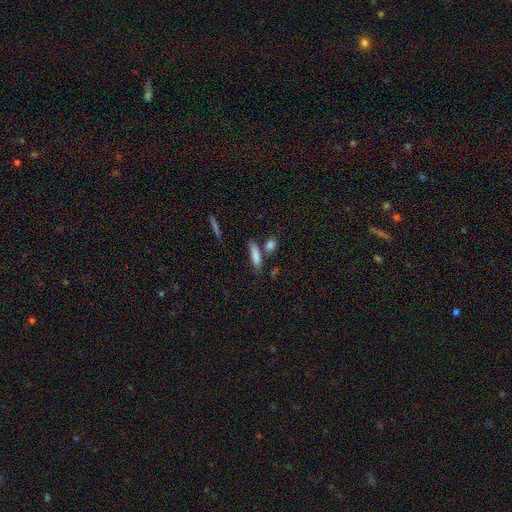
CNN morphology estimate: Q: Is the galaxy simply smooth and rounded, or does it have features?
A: smooth — 80%.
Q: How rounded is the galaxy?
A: cigar-shaped — 63%.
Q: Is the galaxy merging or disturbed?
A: none — 65%.